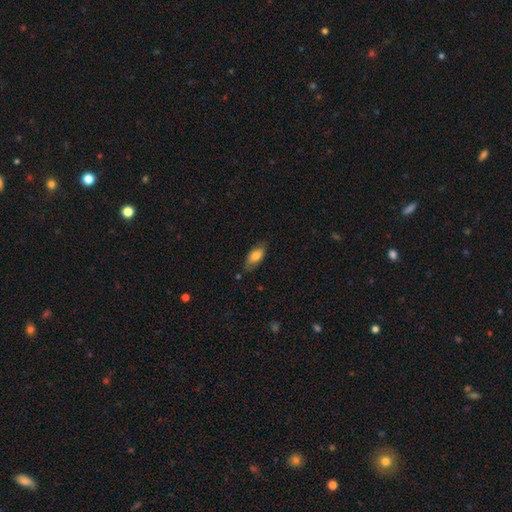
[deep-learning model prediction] Smooth or featured? smooth (75%)
How rounded? in between (86%)
Merging? none (72%)